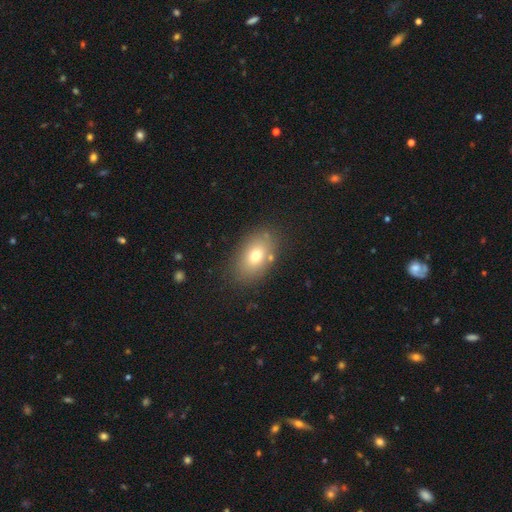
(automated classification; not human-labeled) Overall: smooth (72%). How rounded: in between (86%). Merging: none (81%).